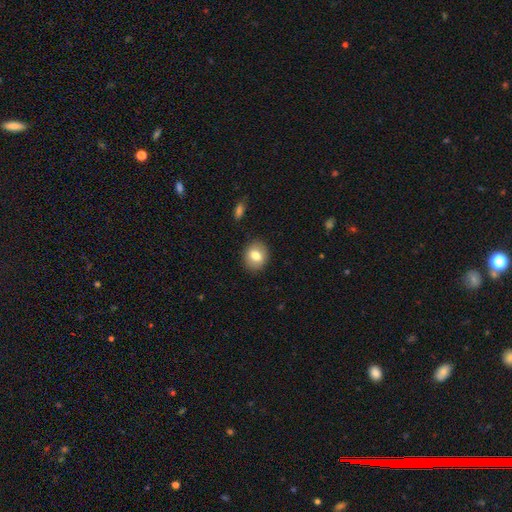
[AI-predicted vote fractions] Q: Smooth or featured?
A: smooth (78%); runner-up: featured or disk (14%)
Q: How rounded?
A: round (67%); runner-up: in between (32%)
Q: Merging?
A: none (88%); runner-up: minor disturbance (9%)